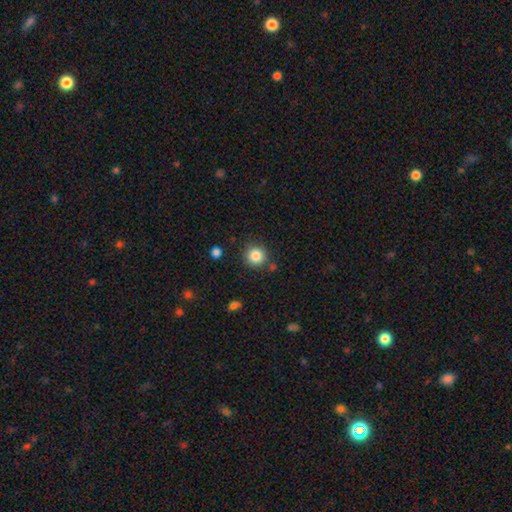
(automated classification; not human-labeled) This is clearly a smooth galaxy (85%). How rounded: clearly round (94%). Merging: clearly none (85%).